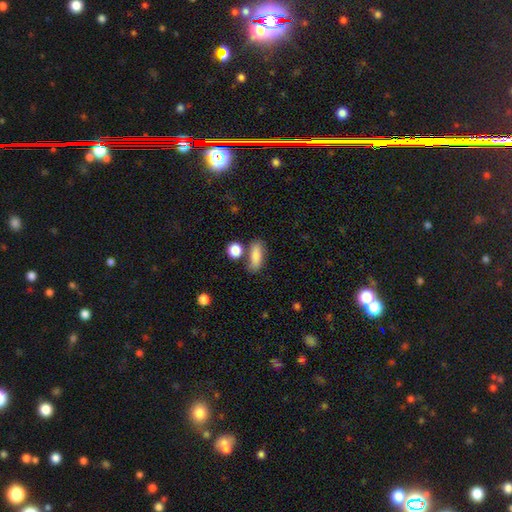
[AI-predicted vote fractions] Morphology: type=smooth (84%); roundness=in between (72%); merging=none (65%).